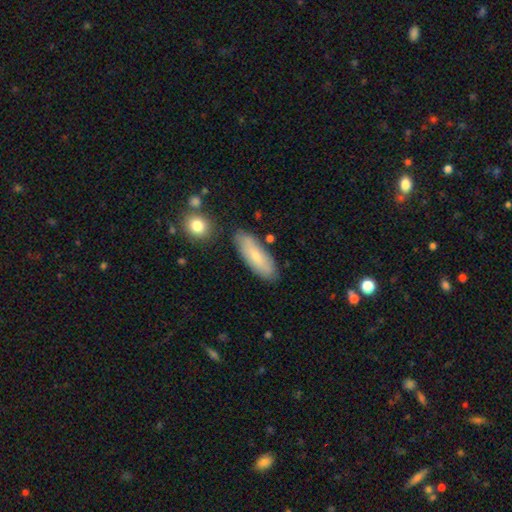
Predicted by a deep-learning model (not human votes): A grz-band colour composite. It shows a smooth galaxy with no disk features (70%) that is in between round and cigar-shaped (68%). Merging: none (80%).